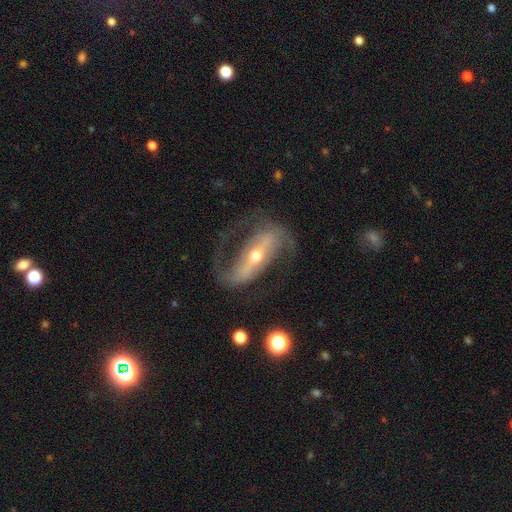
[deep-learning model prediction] Overall: featured or disk (87%). Edge-on disk: no (90%). Bar: strong (67%). Spiral arms: yes (92%). Spiral arm count: 2 (87%). Spiral winding: medium (43%; loose 40%). Bulge size: moderate (50%; small 46%). Merging: none (63%).